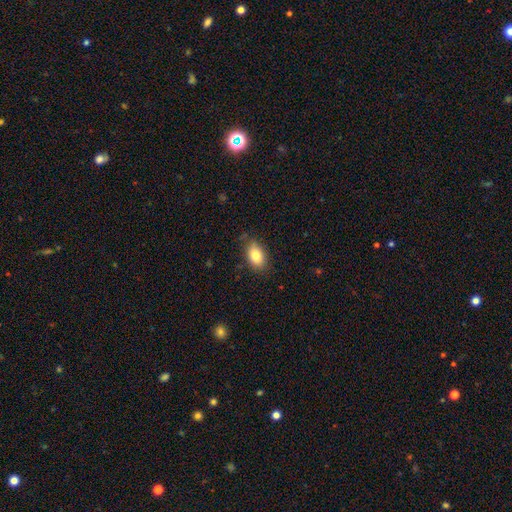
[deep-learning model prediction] This is clearly a smooth galaxy (82%). How rounded: clearly in between (90%). Merging: likely none (80%).